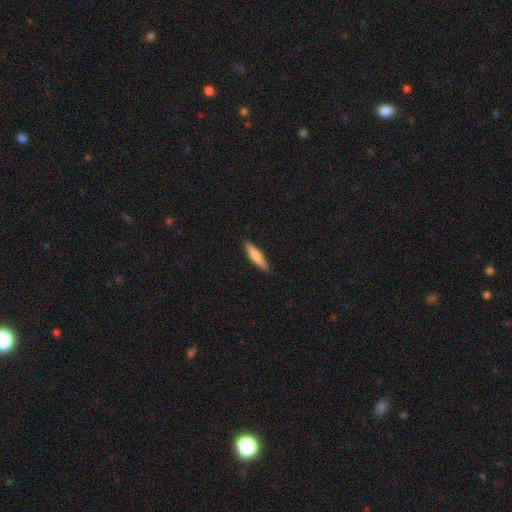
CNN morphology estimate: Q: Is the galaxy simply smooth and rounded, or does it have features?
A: smooth — 73%.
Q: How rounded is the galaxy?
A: cigar-shaped — 83%.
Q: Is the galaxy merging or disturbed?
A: none — 90%.